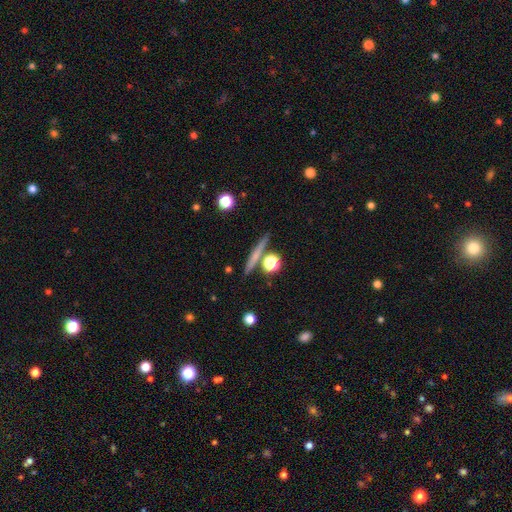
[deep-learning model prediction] smooth 49%, featured or disk 43%, star or artifact 8%. Down the decision tree: merging — none (81%).